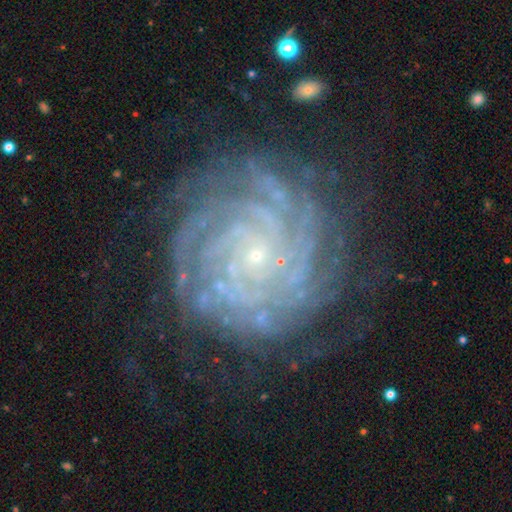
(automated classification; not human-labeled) Smooth or featured: featured or disk — 88% (star or artifact — 7%)
Edge-on disk: no — 97% (yes — 3%)
Bar: no — 76% (weak — 17%)
Spiral arms: yes — 98% (no — 2%)
Spiral winding: tight — 85% (medium — 13%)
Spiral arm count: more than 4 — 31% (4 — 22%)
Bulge size: small — 88% (moderate — 7%)
Merging: none — 75% (minor disturbance — 15%)